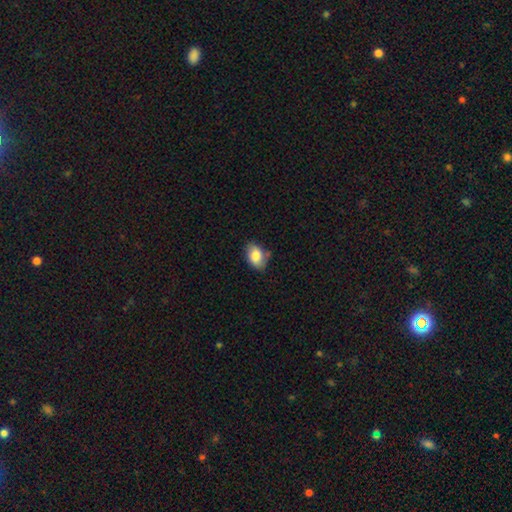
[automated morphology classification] smooth-or-featured: smooth: 79% | featured or disk: 14% | star or artifact: 8%
  how-rounded: in between: 84% | round: 14% | cigar-shaped: 1%
  merging: none: 66% | minor disturbance: 25% | major disturbance: 5% | merger: 4%